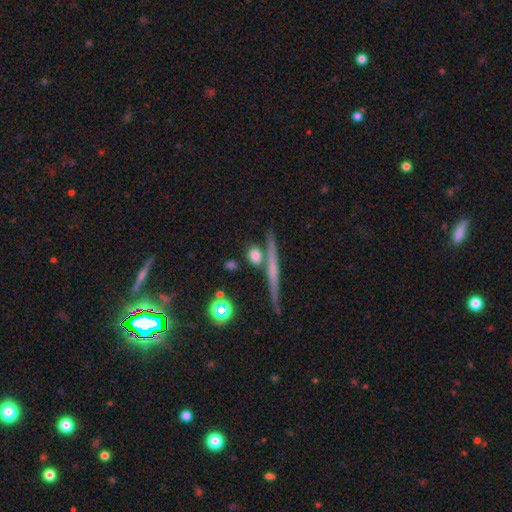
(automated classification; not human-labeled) A smooth galaxy with no disk features (70%) that is round (60%). Merging: none (72%).